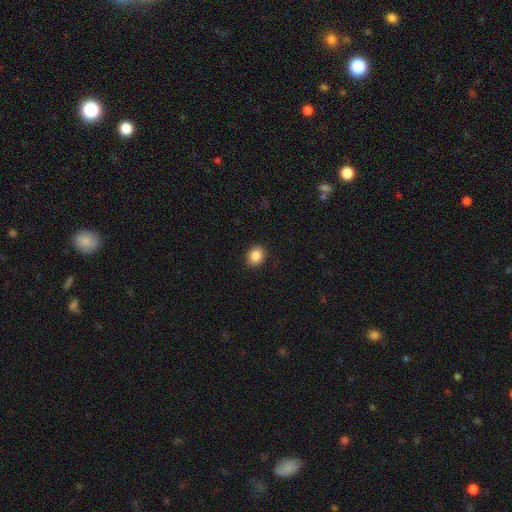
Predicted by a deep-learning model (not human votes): Q: Smooth or featured?
A: smooth (87%); runner-up: star or artifact (9%)
Q: How rounded?
A: round (53%); runner-up: in between (46%)
Q: Merging?
A: none (91%); runner-up: minor disturbance (7%)